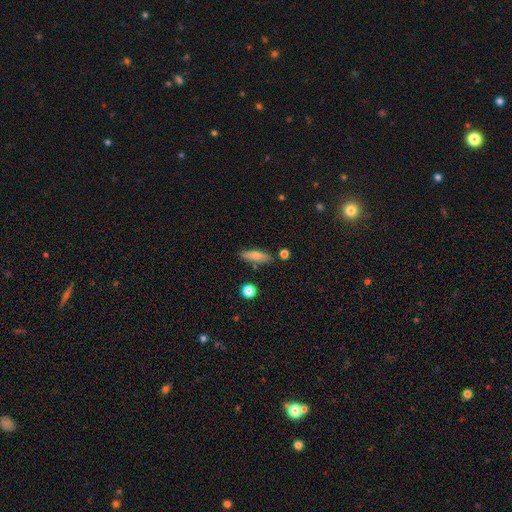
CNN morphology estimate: Smooth or featured: smooth — 71% (featured or disk — 21%)
How rounded: cigar-shaped — 48% (tied with in between — 48%)
Merging: none — 81% (minor disturbance — 12%)